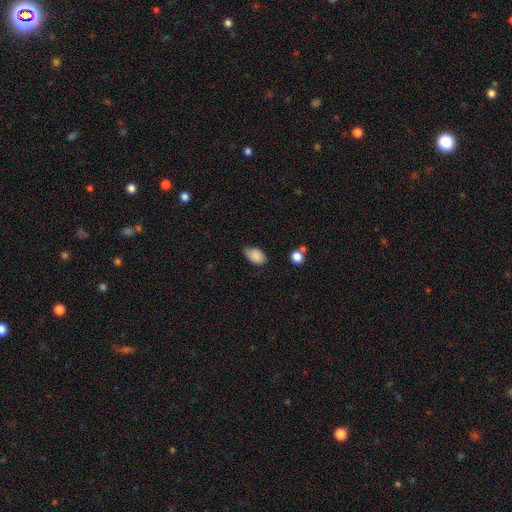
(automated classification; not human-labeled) This is clearly a smooth galaxy (86%). How rounded: clearly in between (89%). Merging: likely none (61%).